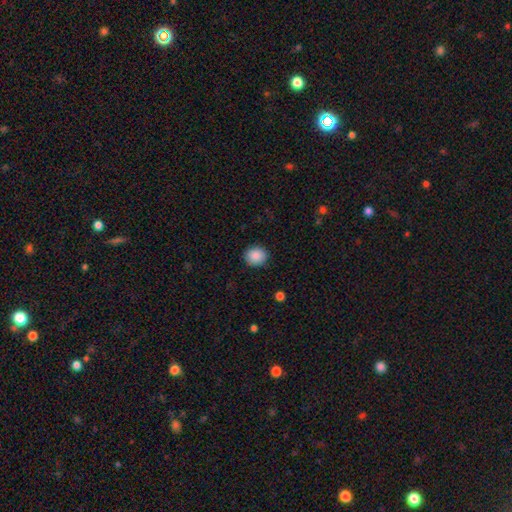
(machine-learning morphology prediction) A smooth galaxy with no disk features (89%) that is round (69%). Merging: none (90%).